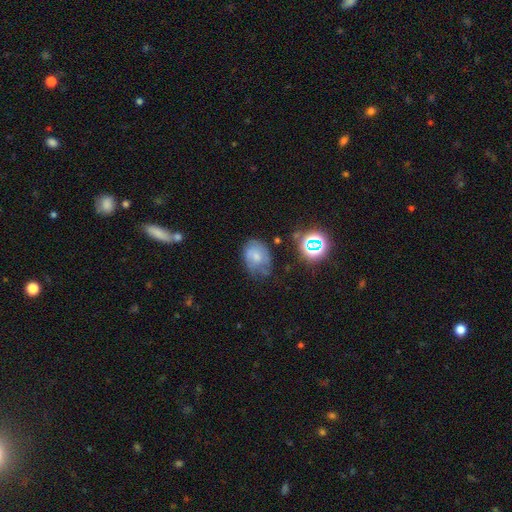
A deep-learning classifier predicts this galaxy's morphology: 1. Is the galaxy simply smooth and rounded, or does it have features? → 47% smooth, 38% featured or disk, 15% star or artifact.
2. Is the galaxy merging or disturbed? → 46% none, 34% minor disturbance, 16% major disturbance, 4% merger.